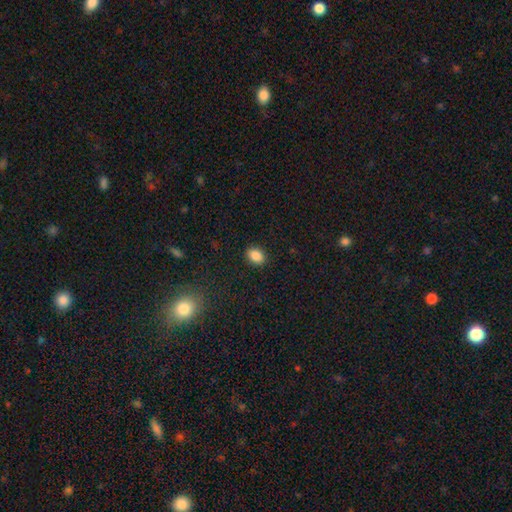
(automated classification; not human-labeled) Morphology: type=smooth (87%); roundness=in between (72%); merging=none (90%).